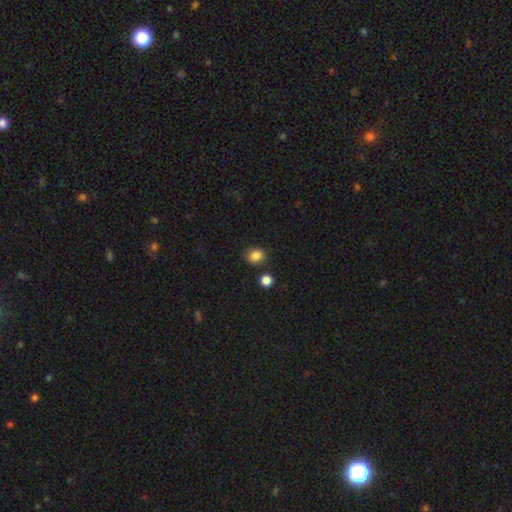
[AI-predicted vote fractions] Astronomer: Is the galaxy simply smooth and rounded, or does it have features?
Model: smooth — 86%.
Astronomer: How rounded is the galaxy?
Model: round — 59% (runner-up: in between, 40%).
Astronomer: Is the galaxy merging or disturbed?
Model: none — 82%.